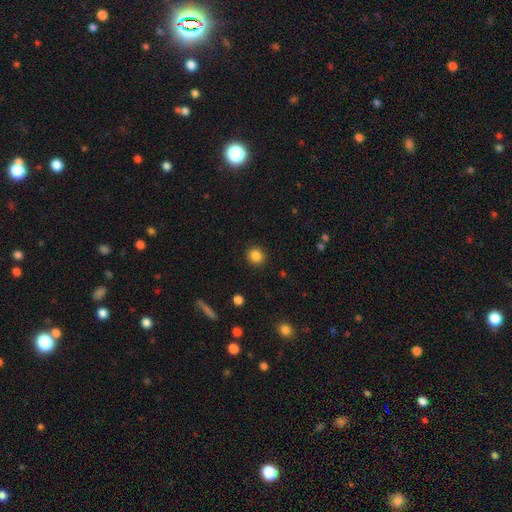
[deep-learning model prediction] Overall: smooth (85%). How rounded: round (86%). Merging: none (91%).